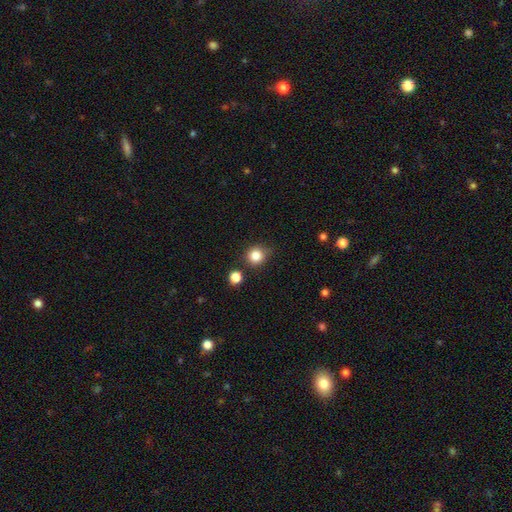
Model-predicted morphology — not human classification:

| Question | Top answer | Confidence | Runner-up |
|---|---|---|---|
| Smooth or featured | smooth | 84% | star or artifact (11%) |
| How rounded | round | 88% | in between (11%) |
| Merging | none | 74% | minor disturbance (16%) |